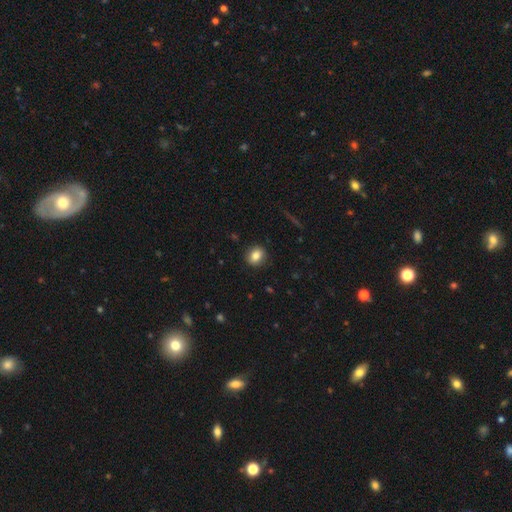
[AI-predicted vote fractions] This appears to be a smooth galaxy with no disk features (82%) that is round (67%). Merging: none (89%).